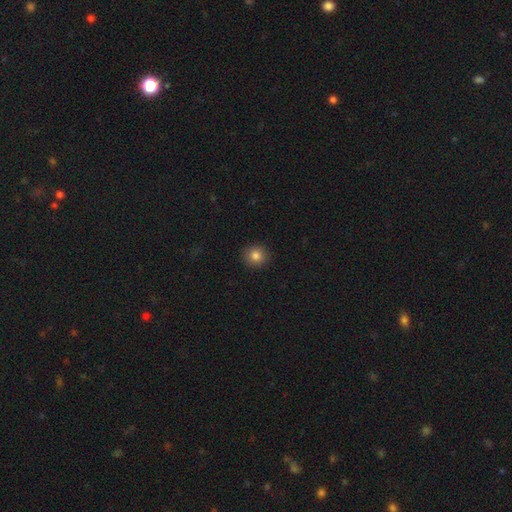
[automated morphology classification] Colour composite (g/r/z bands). It shows a smooth galaxy with no disk features (82%) that is round (90%). Merging: none (92%).